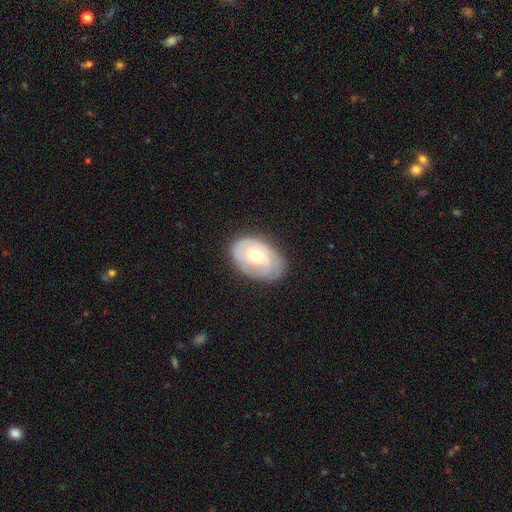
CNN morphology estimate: A featured or disk galaxy (63%) with no bar (72%), spiral arms (77%) and a moderate central bulge (67%). Merging: none (76%).